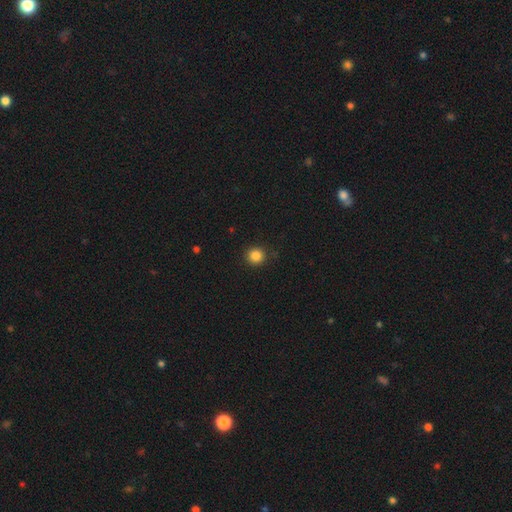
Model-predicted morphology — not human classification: Smooth or featured: smooth — 85% (star or artifact — 11%)
How rounded: round — 94% (in between — 6%)
Merging: none — 91% (minor disturbance — 6%)